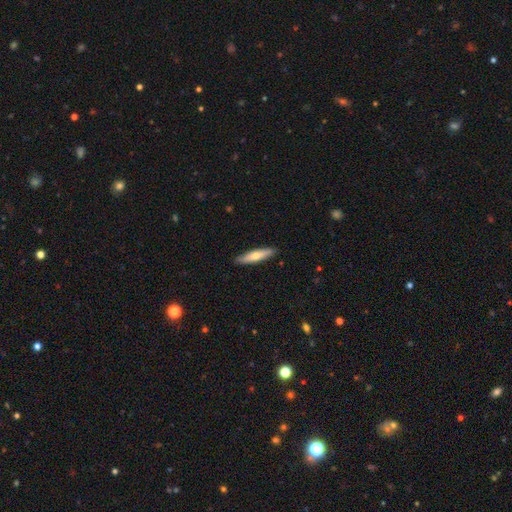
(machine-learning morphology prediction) smooth 60%, featured or disk 34%, star or artifact 5%. Down the decision tree: how rounded — cigar-shaped (81%); merging — none (89%).